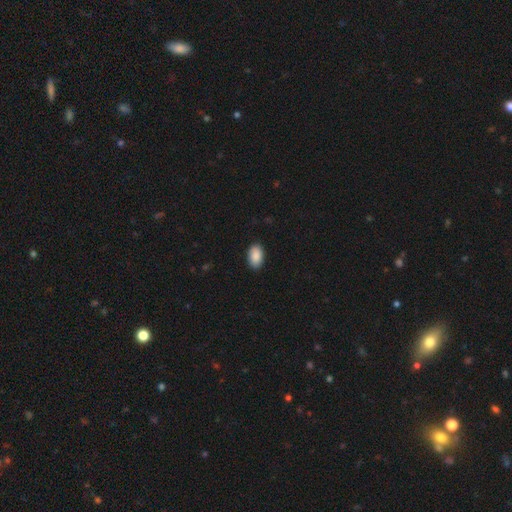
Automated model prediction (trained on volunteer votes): Smooth or featured?
  - smooth: 90% *
  - star or artifact: 6%
  - featured or disk: 3%
How rounded?
  - in between: 93% *
  - round: 6%
  - cigar-shaped: 1%
Merging?
  - none: 88% *
  - minor disturbance: 9%
  - major disturbance: 2%
  - merger: 1%